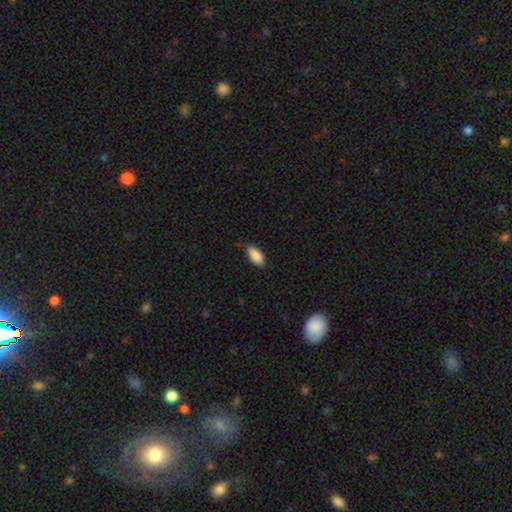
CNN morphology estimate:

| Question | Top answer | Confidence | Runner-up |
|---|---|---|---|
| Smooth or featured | smooth | 88% | star or artifact (6%) |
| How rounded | in between | 87% | cigar-shaped (11%) |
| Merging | none | 86% | minor disturbance (11%) |